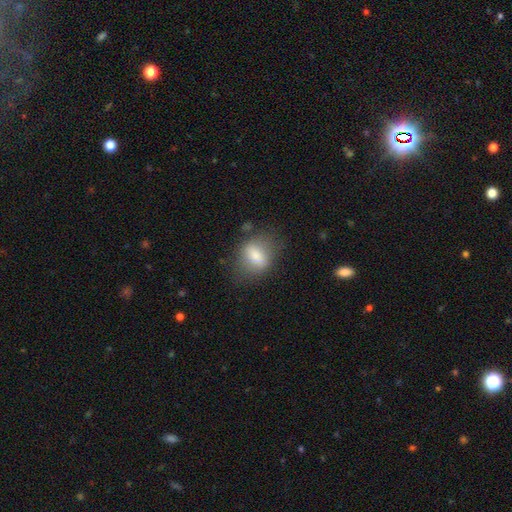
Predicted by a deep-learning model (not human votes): This is likely a smooth galaxy (69%). How rounded: likely in between (64%). Merging: likely none (64%).